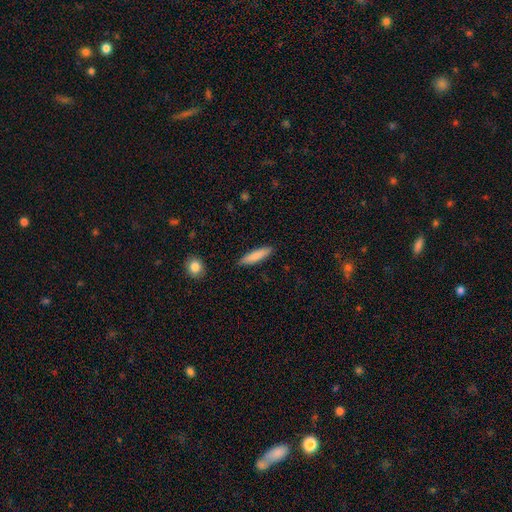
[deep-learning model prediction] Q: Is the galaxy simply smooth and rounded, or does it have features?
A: smooth — 83%.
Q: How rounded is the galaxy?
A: cigar-shaped — 80%.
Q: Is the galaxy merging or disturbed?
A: none — 89%.